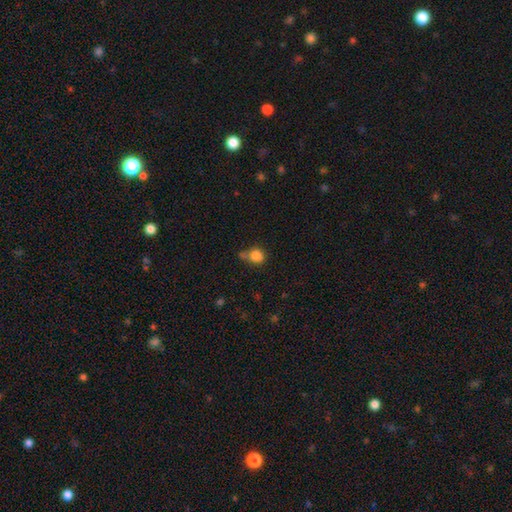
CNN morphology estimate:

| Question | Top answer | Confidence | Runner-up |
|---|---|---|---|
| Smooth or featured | smooth | 83% | star or artifact (11%) |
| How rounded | round | 64% | in between (35%) |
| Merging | none | 44% | minor disturbance (27%) |